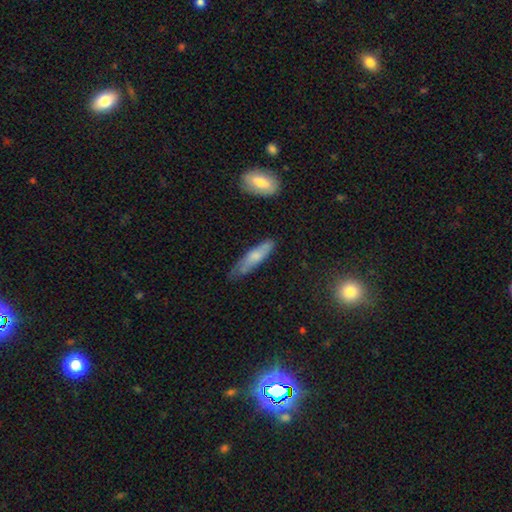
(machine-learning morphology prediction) smooth-or-featured: smooth: 64% | featured or disk: 30% | star or artifact: 6%
  how-rounded: cigar-shaped: 73% | in between: 25% | round: 2%
  merging: none: 59% | minor disturbance: 31% | major disturbance: 7% | merger: 3%